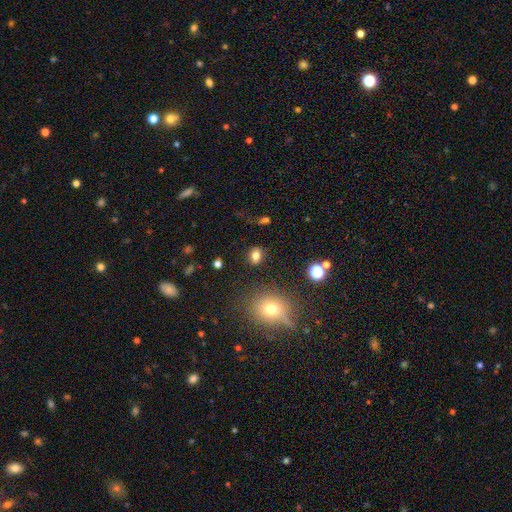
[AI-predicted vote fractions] A smooth galaxy with no disk features (78%) that is in between round and cigar-shaped (57%).

Vote fractions:
- Smooth or featured? smooth: 78% / star or artifact: 14% / featured or disk: 8%
- How rounded? in between: 57% / round: 41% / cigar-shaped: 2%
- Merging? none: 84% / minor disturbance: 10% / major disturbance: 3% / merger: 3%